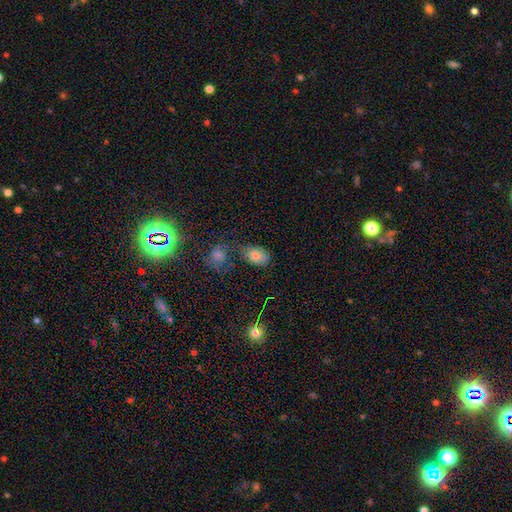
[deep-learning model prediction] Smooth or featured: smooth — 76% (star or artifact — 15%)
How rounded: in between — 86% (round — 13%)
Merging: none — 63% (minor disturbance — 22%)